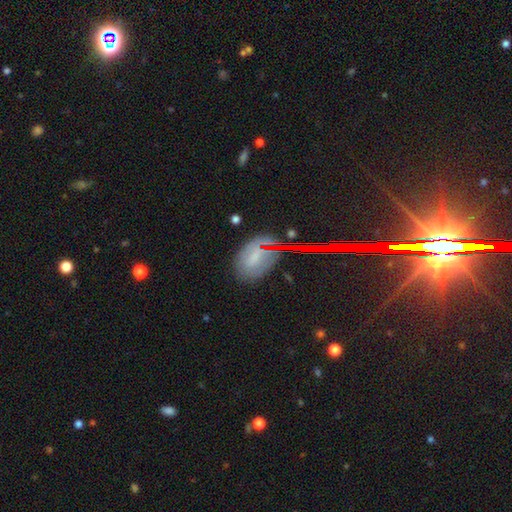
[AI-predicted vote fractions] This is possibly a smooth galaxy (49%). Merging: likely none (62%).